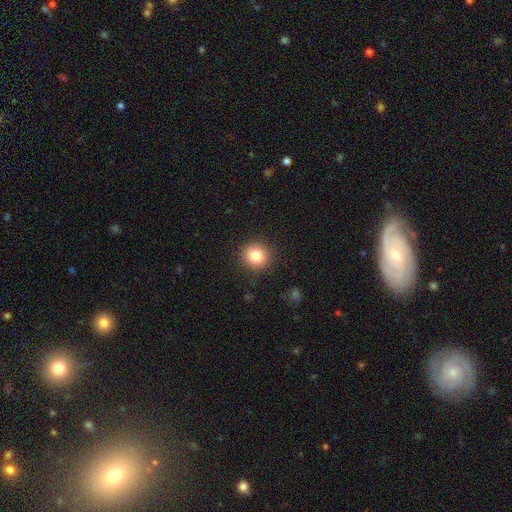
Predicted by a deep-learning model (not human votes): Overall: smooth (83%). How rounded: round (90%). Merging: none (90%).